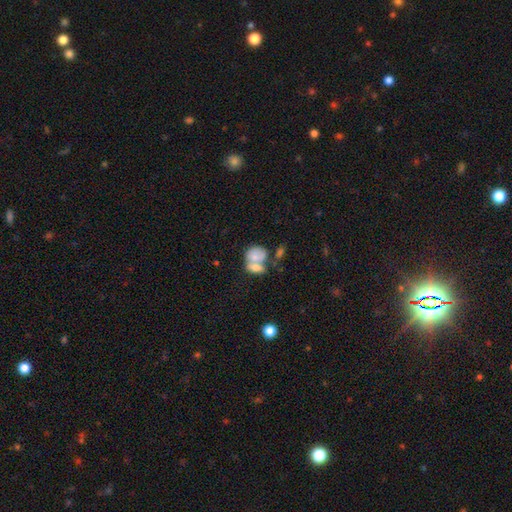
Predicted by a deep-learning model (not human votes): smooth_or_featured: smooth (p=0.70) [alt: featured or disk p=0.22]
how_rounded: in between (p=0.53) [alt: round p=0.45]
merging: merger (p=0.63) [alt: none p=0.22]